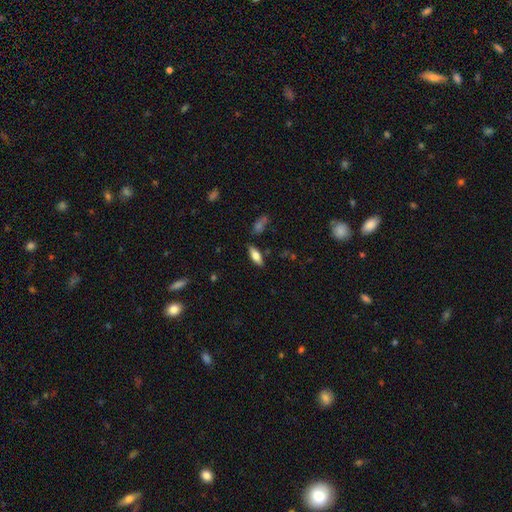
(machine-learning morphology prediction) Smooth or featured?
  - smooth: 71% *
  - featured or disk: 22%
  - star or artifact: 7%
How rounded?
  - in between: 76% *
  - cigar-shaped: 22%
  - round: 2%
Merging?
  - none: 83% *
  - minor disturbance: 11%
  - merger: 3%
  - major disturbance: 3%